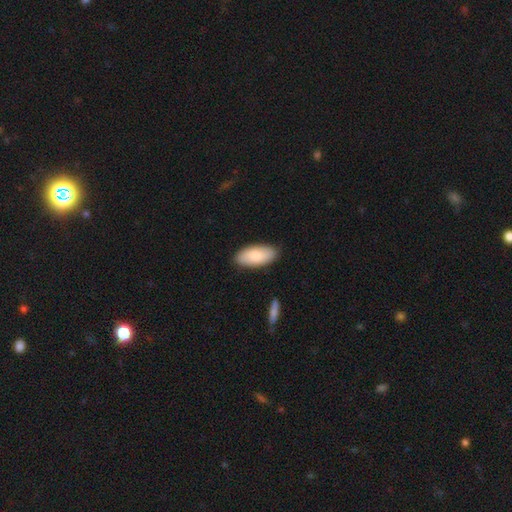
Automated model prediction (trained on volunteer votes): smooth 81%, featured or disk 14%, star or artifact 5%. Down the decision tree: how rounded — in between (92%); merging — none (86%).